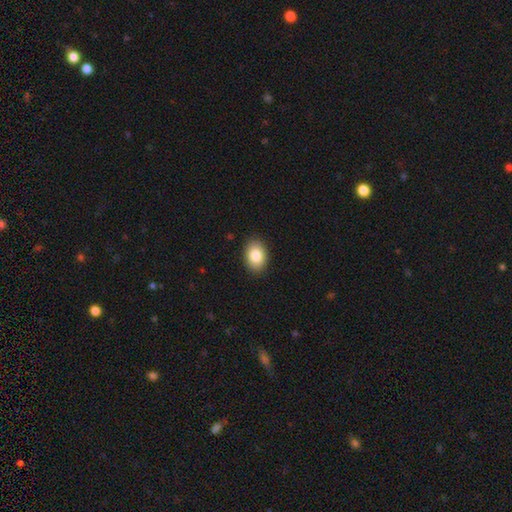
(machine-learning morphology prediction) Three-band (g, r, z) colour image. It shows a smooth galaxy with no disk features (84%) that is in between round and cigar-shaped (81%). Merging: none (89%).